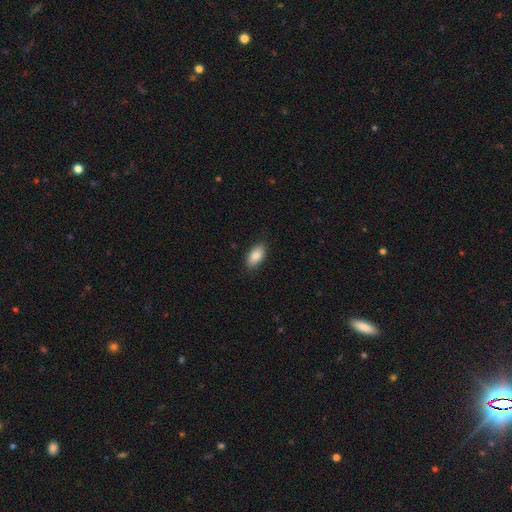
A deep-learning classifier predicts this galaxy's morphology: Smooth or featured: smooth — 87% (star or artifact — 7%)
How rounded: in between — 92% (cigar-shaped — 5%)
Merging: none — 87% (minor disturbance — 10%)